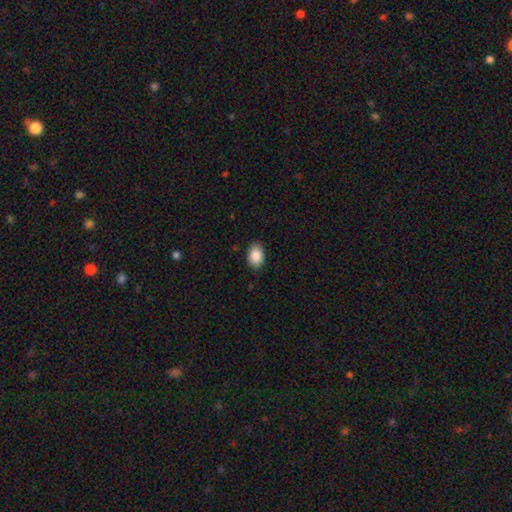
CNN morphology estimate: This is clearly a smooth galaxy (88%). How rounded: clearly in between (84%). Merging: clearly none (87%).